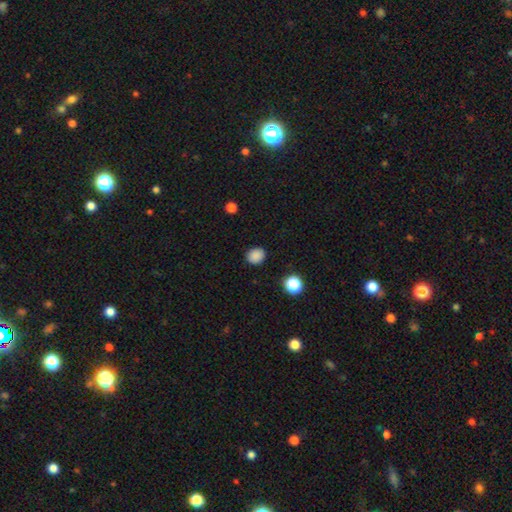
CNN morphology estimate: Smooth or featured?
  - smooth: 87% *
  - star or artifact: 11%
  - featured or disk: 3%
How rounded?
  - round: 74% *
  - in between: 25%
  - cigar-shaped: 1%
Merging?
  - none: 88% *
  - minor disturbance: 8%
  - major disturbance: 2%
  - merger: 1%